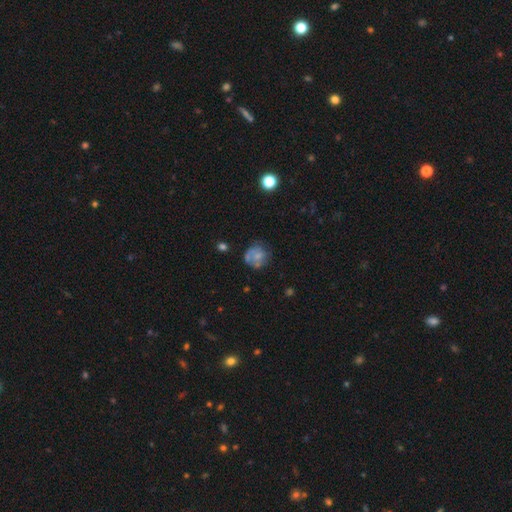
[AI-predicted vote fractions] Smooth or featured: smooth — 54% (featured or disk — 36%)
How rounded: round — 79% (in between — 20%)
Merging: none — 53% (minor disturbance — 25%)